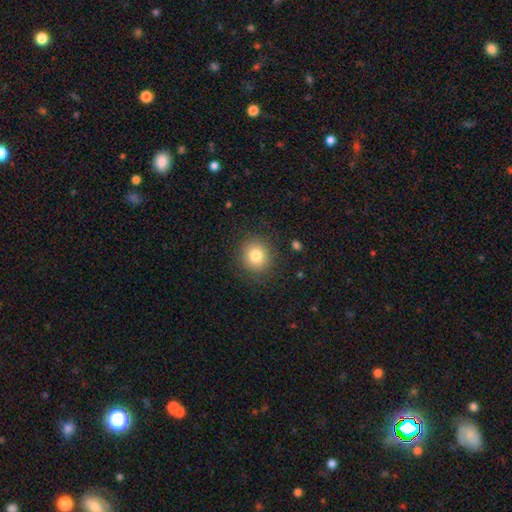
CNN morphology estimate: A smooth galaxy with no disk features (80%) that is round (87%).

Vote fractions:
- Smooth or featured? smooth: 80% / star or artifact: 11% / featured or disk: 9%
- How rounded? round: 87% / in between: 13% / cigar-shaped: 1%
- Merging? none: 88% / minor disturbance: 8% / major disturbance: 3% / merger: 1%